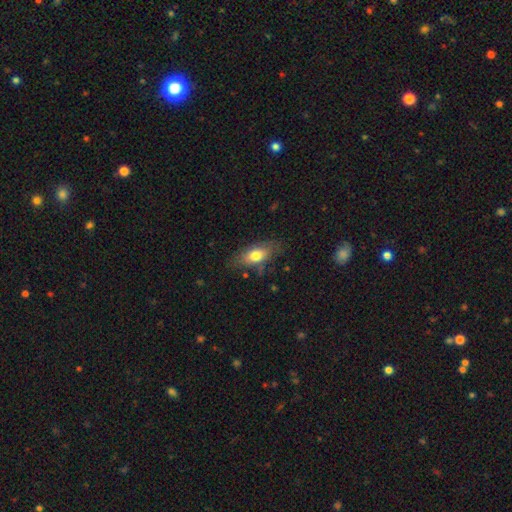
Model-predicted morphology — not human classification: Overall: smooth (73%). How rounded: in between (83%). Merging: none (74%).